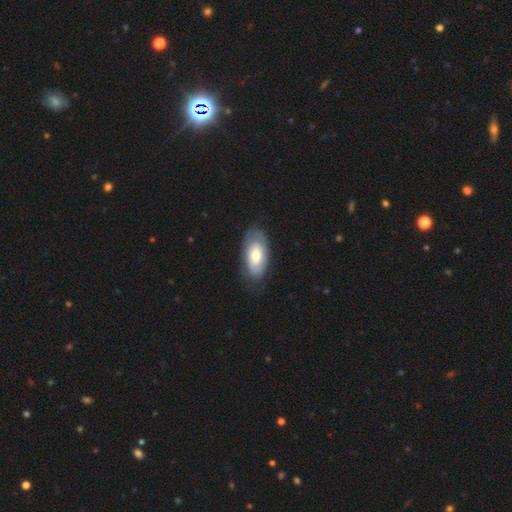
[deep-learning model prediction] smooth-or-featured: smooth: 61% | featured or disk: 33% | star or artifact: 6%
  how-rounded: in between: 93% | cigar-shaped: 4% | round: 3%
  merging: none: 73% | minor disturbance: 20% | major disturbance: 6% | merger: 1%